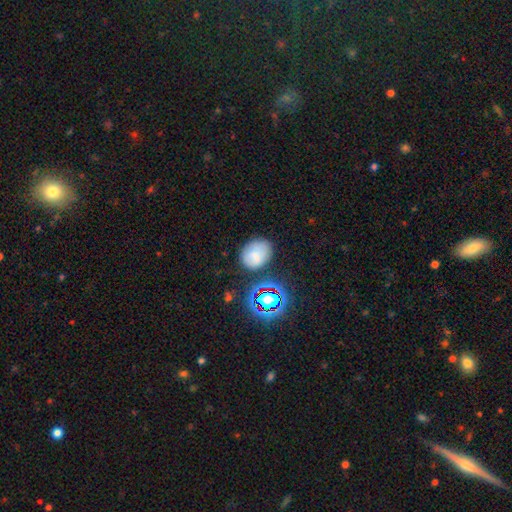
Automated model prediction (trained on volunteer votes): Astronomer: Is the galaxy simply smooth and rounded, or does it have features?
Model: smooth — 72%.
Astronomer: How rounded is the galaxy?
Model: in between — 56% (runner-up: round, 43%).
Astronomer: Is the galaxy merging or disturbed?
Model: none — 70%.